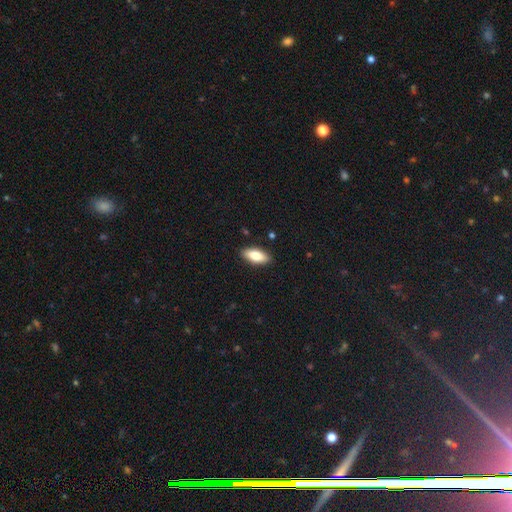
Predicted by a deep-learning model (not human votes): Q: Smooth or featured?
A: smooth (78%); runner-up: featured or disk (16%)
Q: How rounded?
A: in between (84%); runner-up: cigar-shaped (14%)
Q: Merging?
A: none (89%); runner-up: minor disturbance (8%)